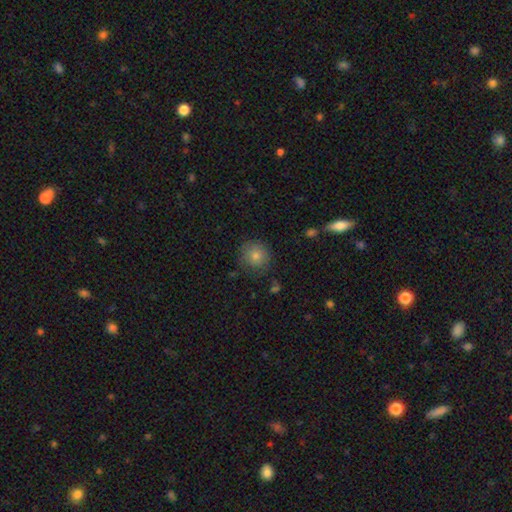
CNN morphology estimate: A smooth galaxy with no disk features (77%) that is round (90%). Merging: none (82%).